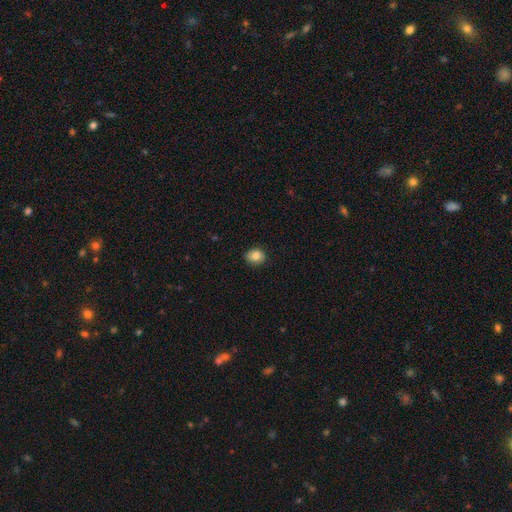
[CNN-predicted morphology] smooth 83%, star or artifact 9%, featured or disk 8%. Down the decision tree: how rounded — round (67%); merging — none (86%).